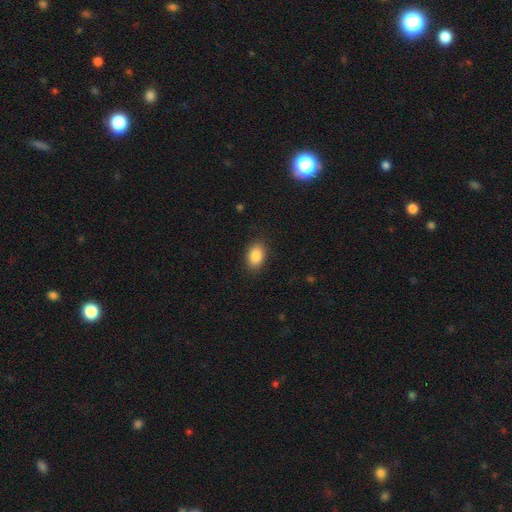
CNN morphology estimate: Smooth or featured: smooth — 88% (star or artifact — 7%)
How rounded: in between — 85% (round — 14%)
Merging: none — 87% (minor disturbance — 10%)